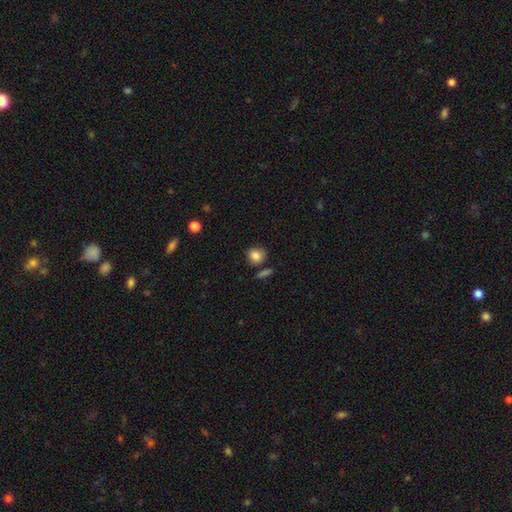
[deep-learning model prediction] A smooth galaxy with no disk features (85%) that is round (77%).

Vote fractions:
- Smooth or featured? smooth: 85% / star or artifact: 10% / featured or disk: 6%
- How rounded? round: 77% / in between: 22% / cigar-shaped: 1%
- Merging? none: 76% / minor disturbance: 14% / merger: 7% / major disturbance: 3%